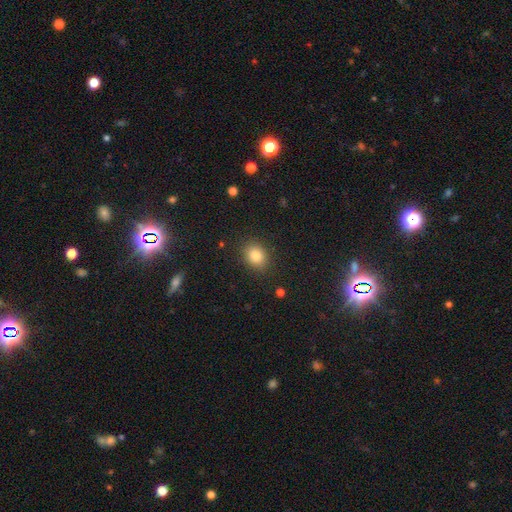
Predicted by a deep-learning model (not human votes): smooth_or_featured: smooth (p=0.83) [alt: star or artifact p=0.11]
how_rounded: round (p=0.54) [alt: in between p=0.45]
merging: none (p=0.88) [alt: minor disturbance p=0.09]